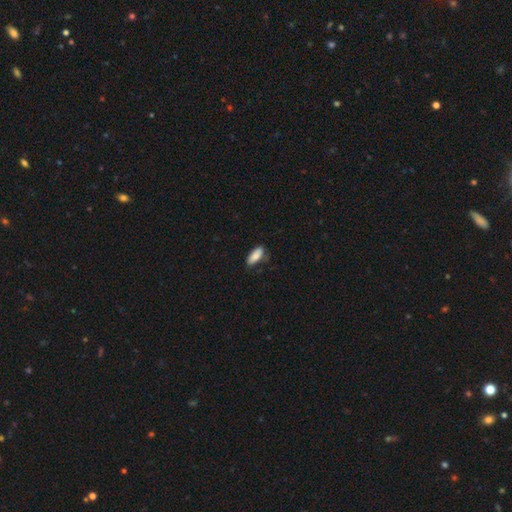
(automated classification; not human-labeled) smooth 87%, star or artifact 7%, featured or disk 6%. Down the decision tree: how rounded — in between (76%); merging — none (71%).